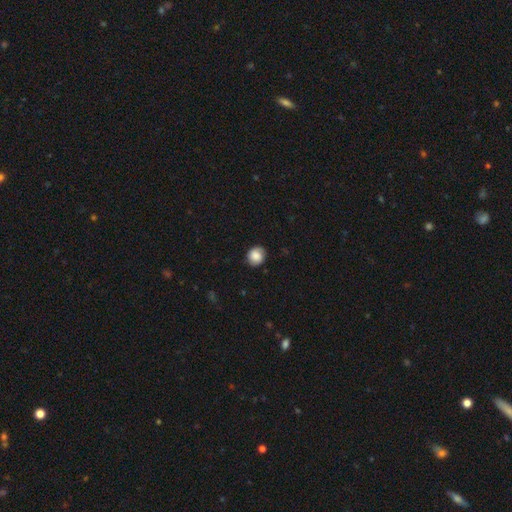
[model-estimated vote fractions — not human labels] The model was most divided on "how rounded": round: 80%, in between: 19%, cigar-shaped: 1%. More confident: merging — none (83%); smooth or featured — smooth (82%).